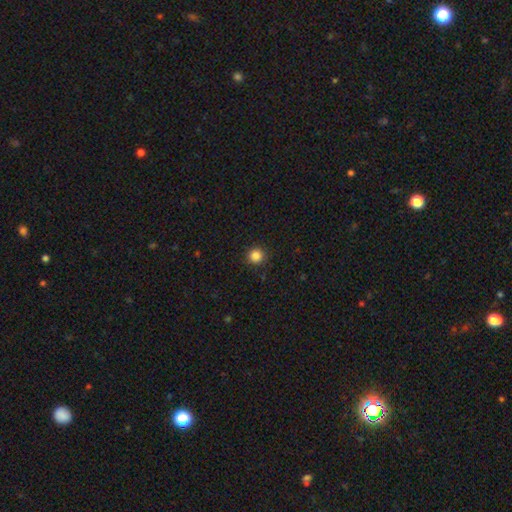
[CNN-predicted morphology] The model was most divided on "smooth or featured": smooth: 85%, star or artifact: 11%, featured or disk: 3%. More confident: how rounded — round (95%); merging — none (92%).